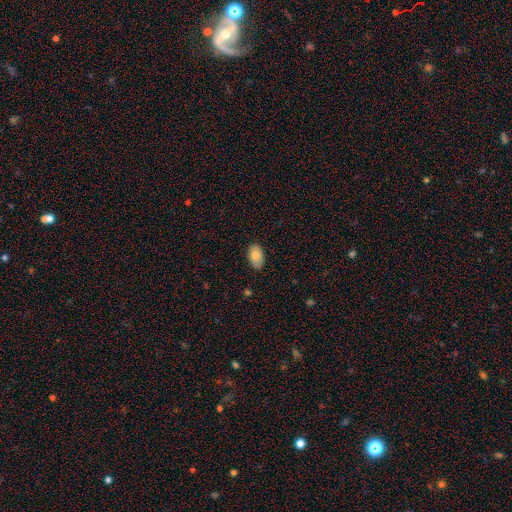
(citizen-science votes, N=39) smooth-or-featured: smooth: 77% | featured or disk: 15% | star or artifact: 8%
  how-rounded: in between: 97% | round: 3% | cigar-shaped: 0%
  merging: none: 78% | minor disturbance: 22% | major disturbance: 0% | merger: 0%